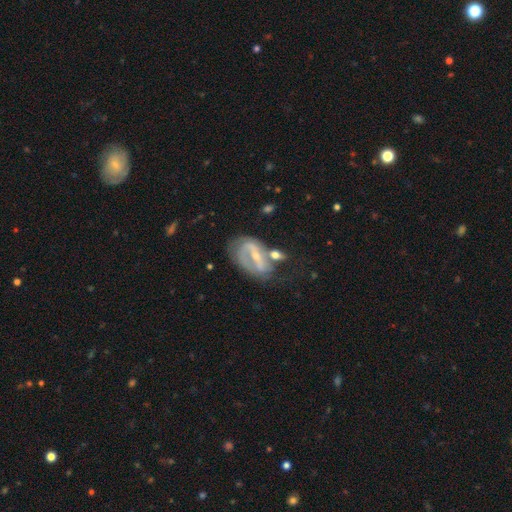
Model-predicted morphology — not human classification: Smooth or featured? Predicted: featured or disk (p=0.79). Edge-on disk? Predicted: no (p=0.94). Bar? Predicted: strong (p=0.53). Spiral arms? Predicted: yes (p=0.77). Spiral winding? Predicted: medium (p=0.41). Spiral arm count? Predicted: 2 (p=0.65). Bulge size? Predicted: small (p=0.62). Merging? Predicted: none (p=0.44).